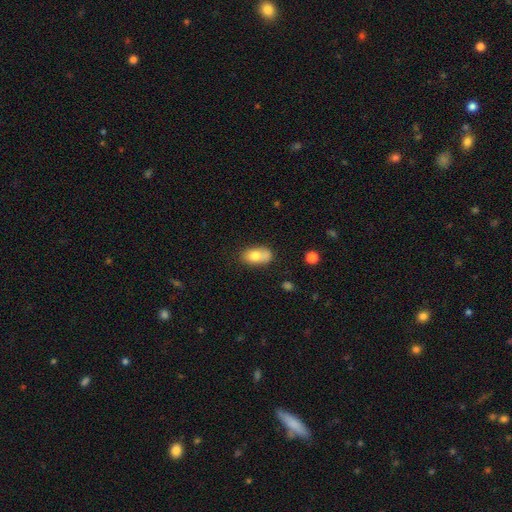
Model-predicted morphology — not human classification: smooth 77%, featured or disk 15%, star or artifact 8%. Down the decision tree: how rounded — in between (89%); merging — none (56%).